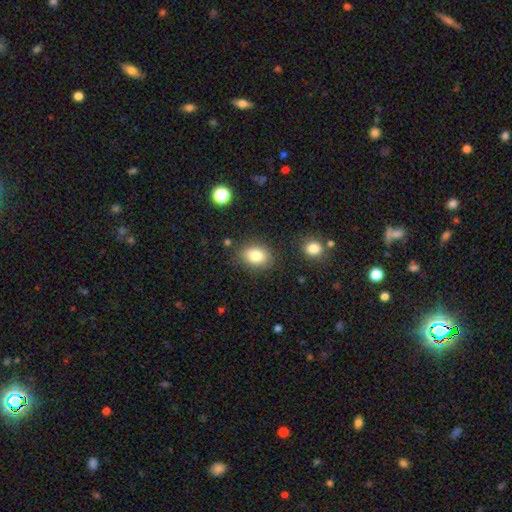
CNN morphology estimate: Smooth or featured?
  - smooth: 82% *
  - star or artifact: 10%
  - featured or disk: 8%
How rounded?
  - in between: 62% *
  - round: 37%
  - cigar-shaped: 1%
Merging?
  - none: 81% *
  - minor disturbance: 12%
  - major disturbance: 4%
  - merger: 3%